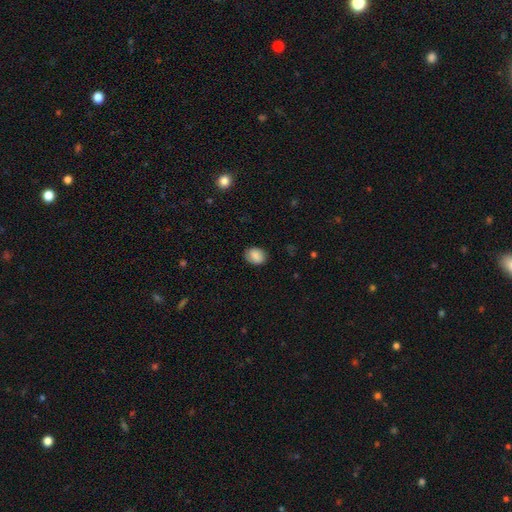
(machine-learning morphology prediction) type=smooth (84%); roundness=in between (58%); merging=none (79%).